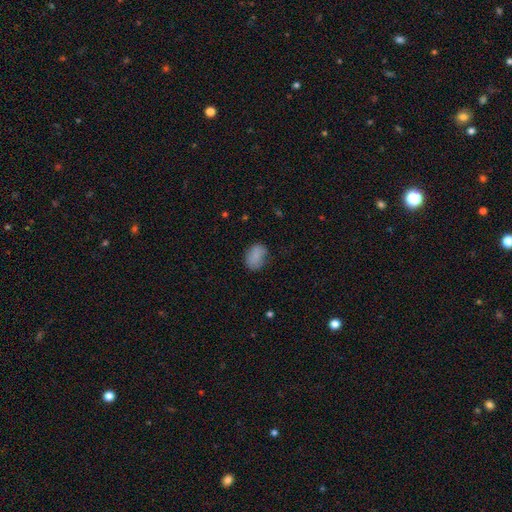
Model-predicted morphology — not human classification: Smooth or featured: smooth — 82% (featured or disk — 9%)
How rounded: in between — 77% (round — 22%)
Merging: none — 65% (minor disturbance — 26%)